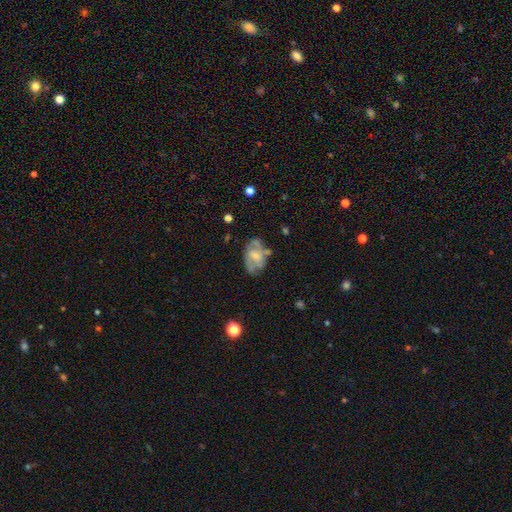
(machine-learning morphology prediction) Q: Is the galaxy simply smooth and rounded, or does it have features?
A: featured or disk — 53%.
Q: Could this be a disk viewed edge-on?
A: no — 95%.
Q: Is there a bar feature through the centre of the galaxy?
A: no — 66%.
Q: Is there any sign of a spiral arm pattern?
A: no — 51%.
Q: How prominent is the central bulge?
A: small — 46%.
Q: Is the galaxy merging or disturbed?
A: none — 50%.